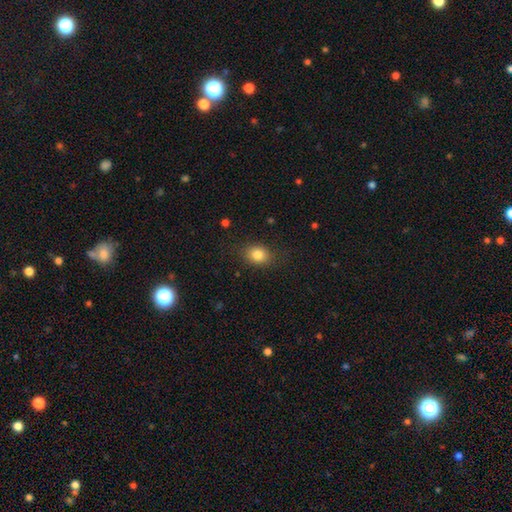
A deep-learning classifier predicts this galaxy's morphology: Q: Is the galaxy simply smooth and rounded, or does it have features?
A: smooth — 80%.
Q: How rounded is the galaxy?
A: in between — 51%.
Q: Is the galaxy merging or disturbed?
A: none — 84%.